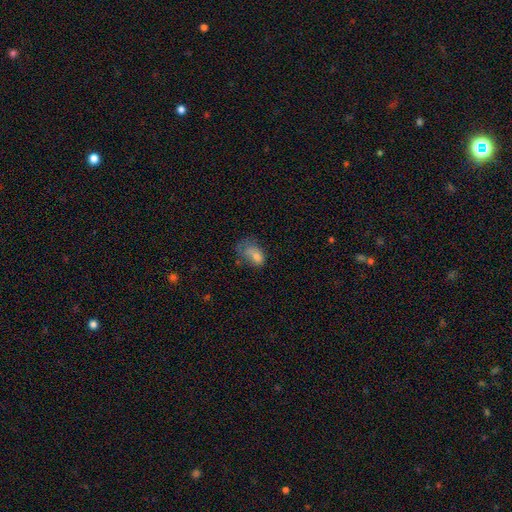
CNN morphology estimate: Smooth or featured? Predicted: smooth (p=0.66). How rounded? Predicted: in between (p=0.86). Merging? Predicted: major disturbance (p=0.40).